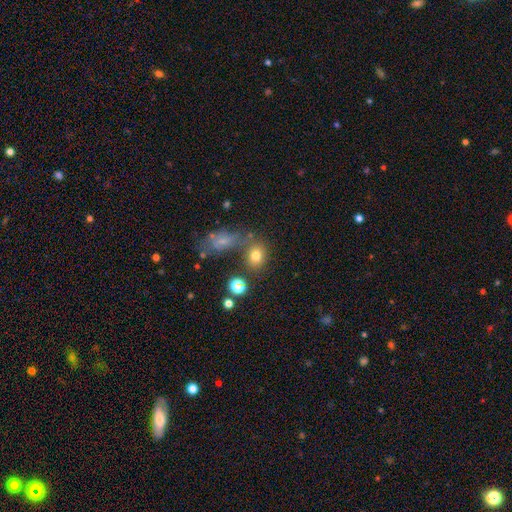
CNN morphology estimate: Smooth or featured? Predicted: smooth (p=0.73). How rounded? Predicted: round (p=0.59). Merging? Predicted: none (p=0.62).